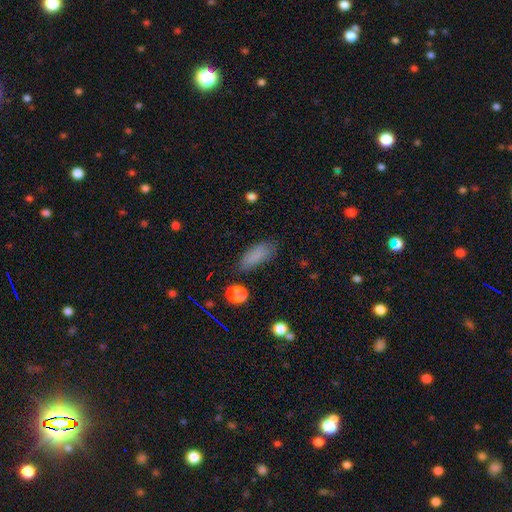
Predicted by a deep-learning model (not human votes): Overall: smooth (83%). How rounded: in between (77%). Merging: none (77%).